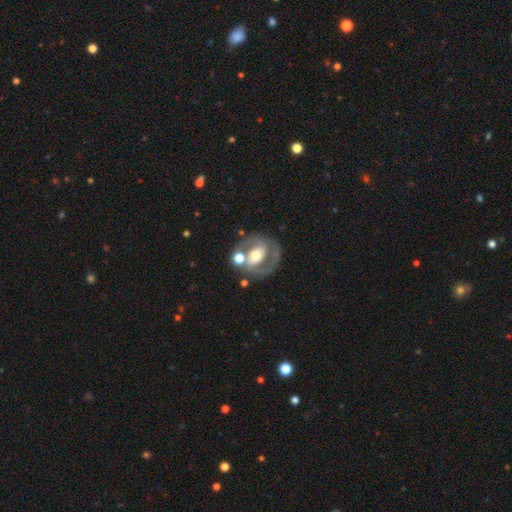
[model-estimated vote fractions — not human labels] Morphology: type=featured or disk (72%); edge-on=no (96%); bar=no (40%); spiral arms=yes (64%); bulge=moderate (64%); merging=none (64%).